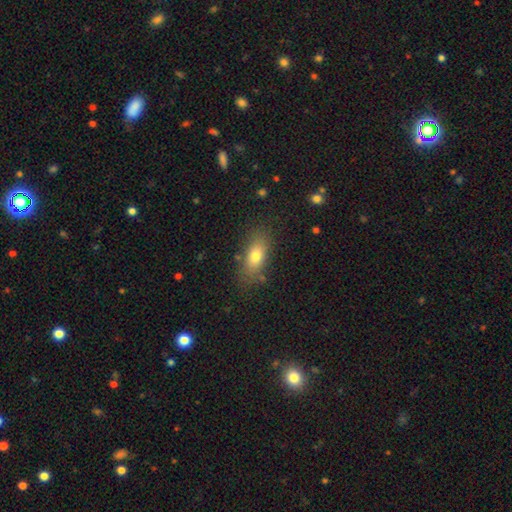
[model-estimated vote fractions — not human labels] Smooth or featured?
  - smooth: 76% *
  - featured or disk: 15%
  - star or artifact: 9%
How rounded?
  - in between: 80% *
  - cigar-shaped: 13%
  - round: 7%
Merging?
  - none: 78% *
  - minor disturbance: 14%
  - major disturbance: 5%
  - merger: 3%